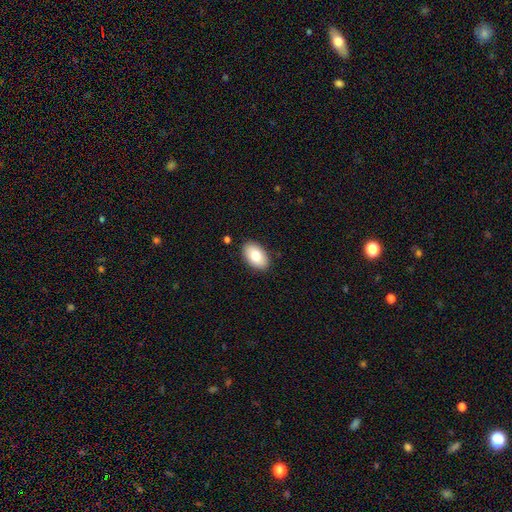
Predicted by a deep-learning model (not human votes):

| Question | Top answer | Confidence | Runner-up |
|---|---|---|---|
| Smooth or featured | smooth | 79% | featured or disk (14%) |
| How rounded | in between | 93% | round (6%) |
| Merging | none | 88% | minor disturbance (9%) |